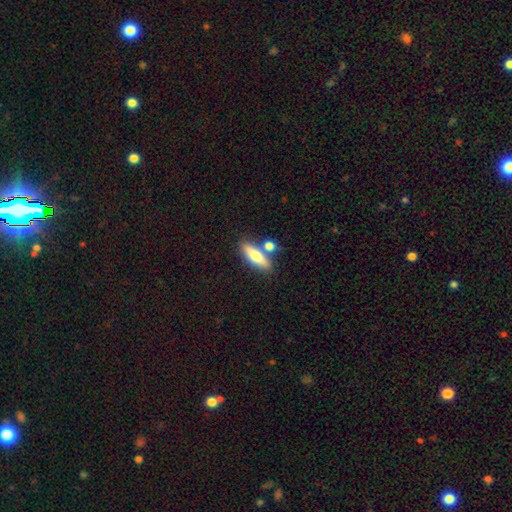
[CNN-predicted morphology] Smooth or featured? Predicted: smooth (p=0.64). How rounded? Predicted: cigar-shaped (p=0.50). Merging? Predicted: none (p=0.68).